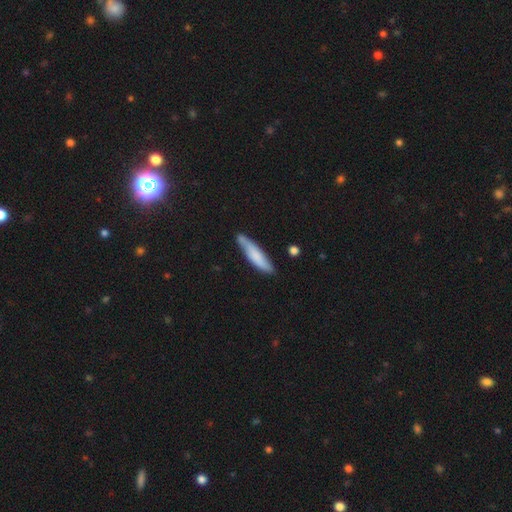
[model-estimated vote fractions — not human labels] Smooth or featured? Predicted: smooth (p=0.68). How rounded? Predicted: cigar-shaped (p=0.80). Merging? Predicted: none (p=0.72).